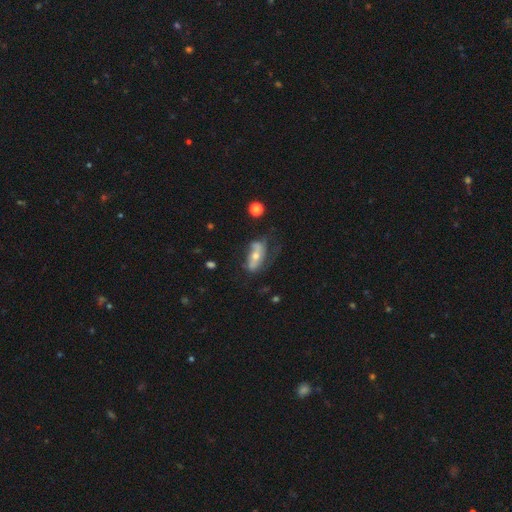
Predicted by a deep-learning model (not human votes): Smooth or featured? Predicted: featured or disk (p=0.59). Edge-on disk? Predicted: no (p=0.81). Merging? Predicted: none (p=0.44).